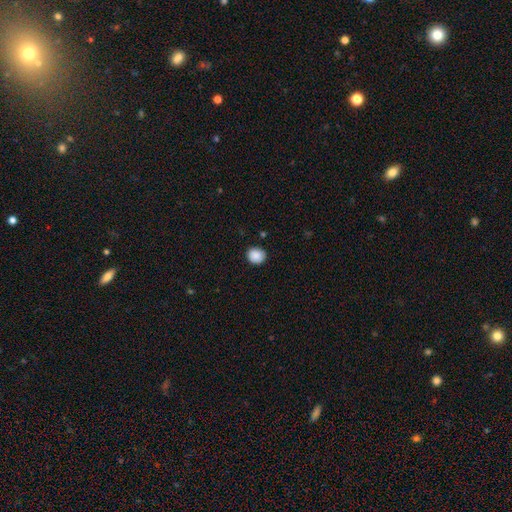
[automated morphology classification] The model was most divided on "how rounded": round: 76%, in between: 23%, cigar-shaped: 1%. More confident: smooth or featured — smooth (89%); merging — none (88%).